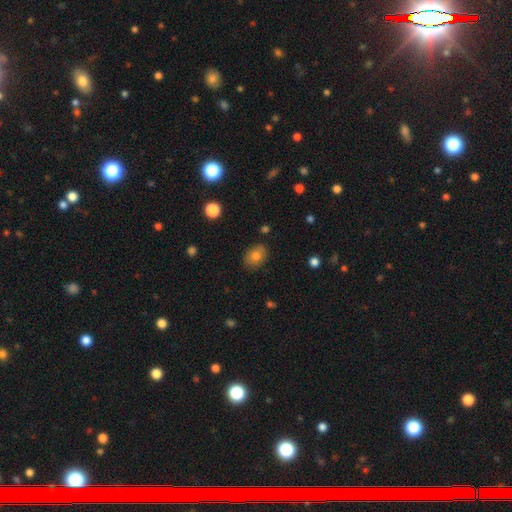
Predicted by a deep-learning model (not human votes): This appears to be a smooth galaxy with no disk features (78%) that is in between round and cigar-shaped (69%). Merging: none (84%).